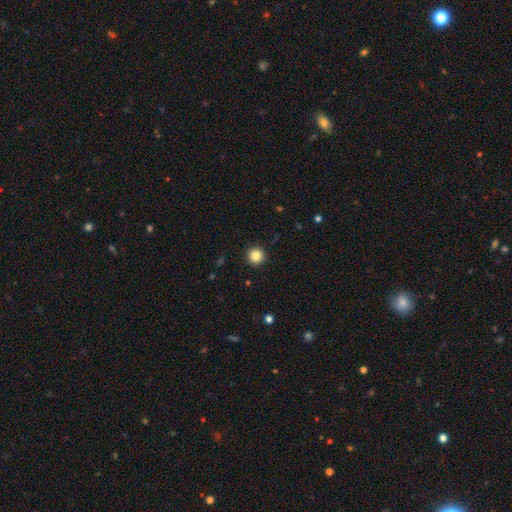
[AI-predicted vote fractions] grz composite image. It shows a smooth galaxy with no disk features (84%) that is round (96%). Merging: none (94%).